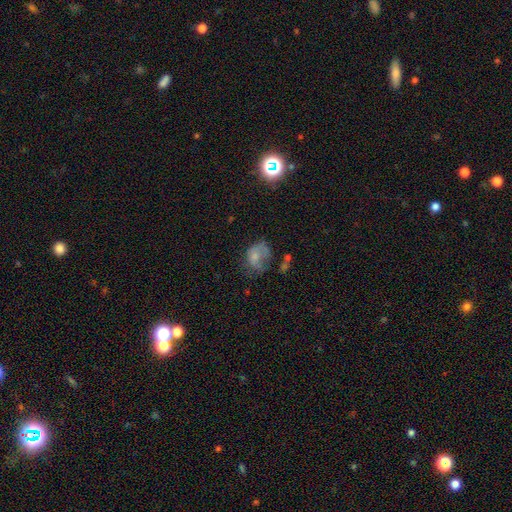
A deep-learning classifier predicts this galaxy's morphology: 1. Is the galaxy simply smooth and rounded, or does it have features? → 61% smooth, 26% featured or disk, 13% star or artifact.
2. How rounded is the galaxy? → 53% in between, 45% round, 1% cigar-shaped.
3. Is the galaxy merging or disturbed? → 37% major disturbance, 30% none, 27% minor disturbance, 6% merger.